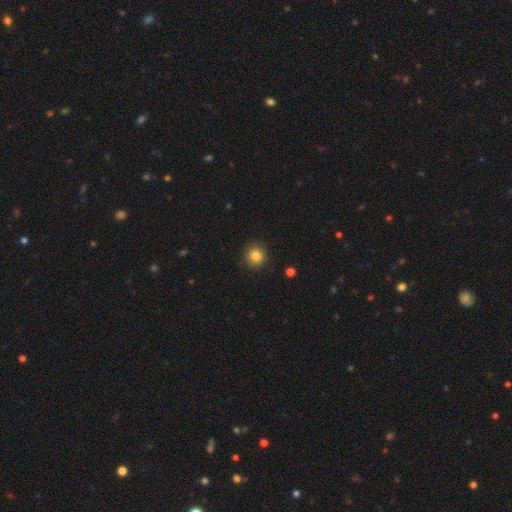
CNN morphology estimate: smooth-or-featured: smooth: 84% | star or artifact: 11% | featured or disk: 5%
  how-rounded: round: 92% | in between: 7% | cigar-shaped: 1%
  merging: none: 89% | minor disturbance: 7% | major disturbance: 2% | merger: 1%